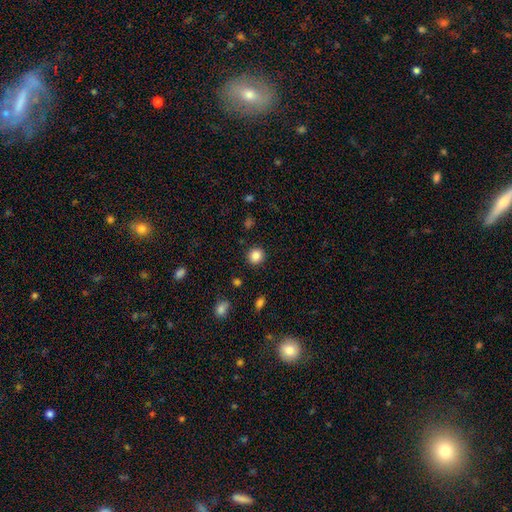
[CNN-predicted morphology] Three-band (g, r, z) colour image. It shows a smooth galaxy with no disk features (86%) that is round (88%). Merging: none (90%).